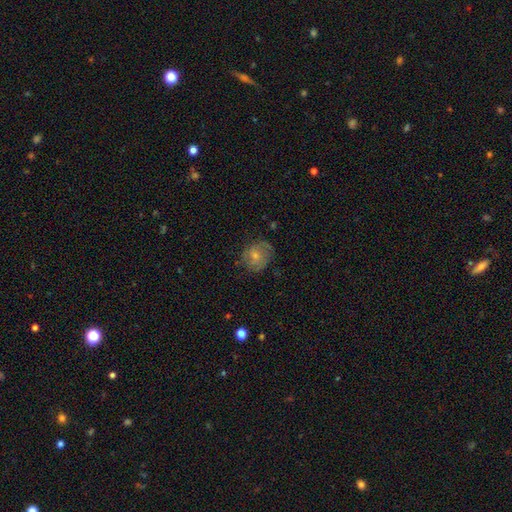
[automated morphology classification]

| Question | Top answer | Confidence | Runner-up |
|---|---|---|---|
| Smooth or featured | smooth | 55% | featured or disk (37%) |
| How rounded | round | 71% | in between (28%) |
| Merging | none | 65% | minor disturbance (24%) |